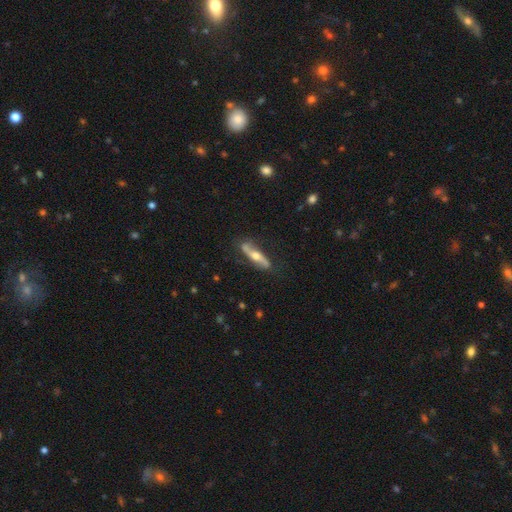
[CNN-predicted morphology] smooth-or-featured: featured or disk: 68% | smooth: 26% | star or artifact: 6%
  disk-edge-on: yes: 52% | no: 48%
  merging: none: 77% | minor disturbance: 16% | major disturbance: 5% | merger: 2%